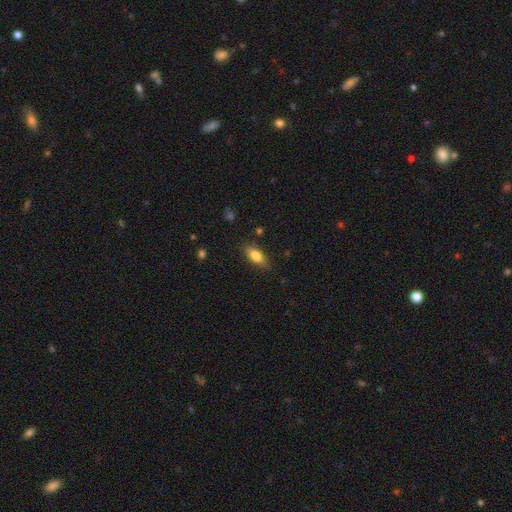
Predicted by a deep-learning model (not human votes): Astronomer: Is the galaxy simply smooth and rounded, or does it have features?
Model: smooth — 78%.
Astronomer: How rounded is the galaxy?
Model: in between — 80%.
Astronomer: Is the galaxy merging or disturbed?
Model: none — 83%.